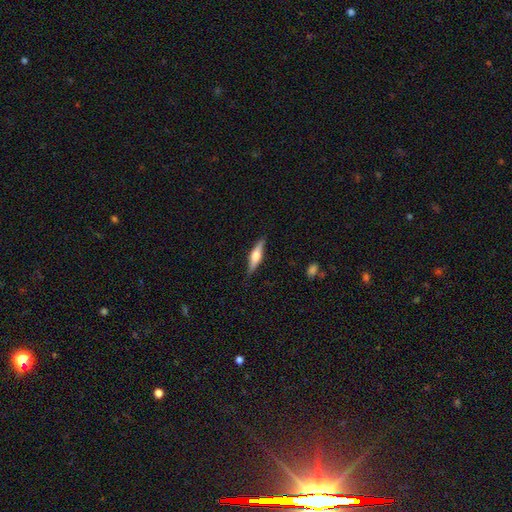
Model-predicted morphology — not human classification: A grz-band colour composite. It shows a featured or disk galaxy (56%) viewed edge-on (95%) with a rounded central bulge (91%). Merging: none (87%).